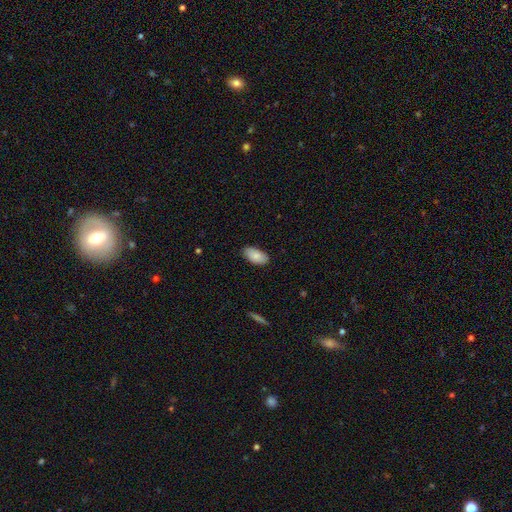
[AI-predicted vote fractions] Smooth or featured? Predicted: smooth (p=0.85). How rounded? Predicted: in between (p=0.95). Merging? Predicted: none (p=0.84).